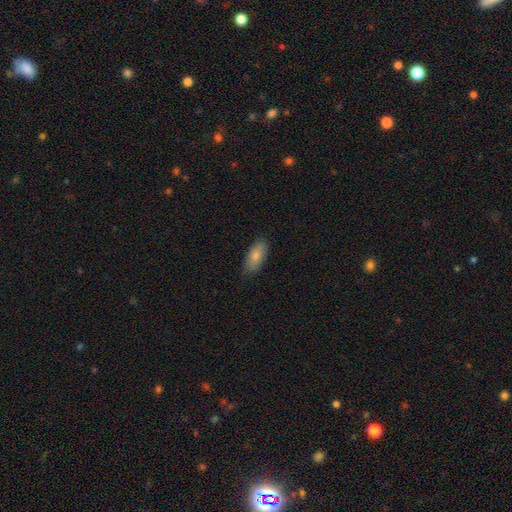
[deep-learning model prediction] The model was most divided on "merging": none: 84%, minor disturbance: 12%, major disturbance: 2%, merger: 1%. More confident: how rounded — in between (87%); smooth or featured — smooth (83%).